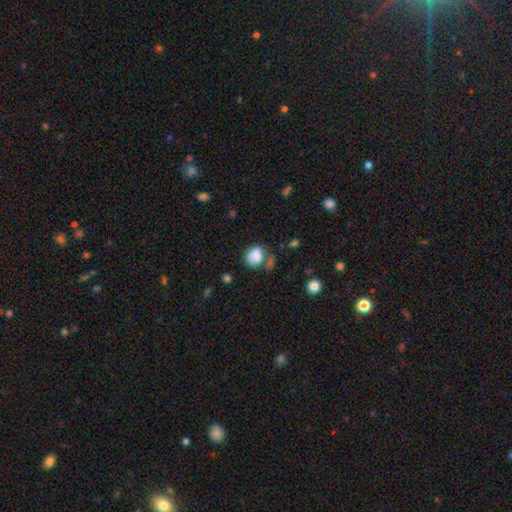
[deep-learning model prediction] Overall: smooth (79%). How rounded: in between (51%; round 48%). Merging: none (43%; minor disturbance 23%).